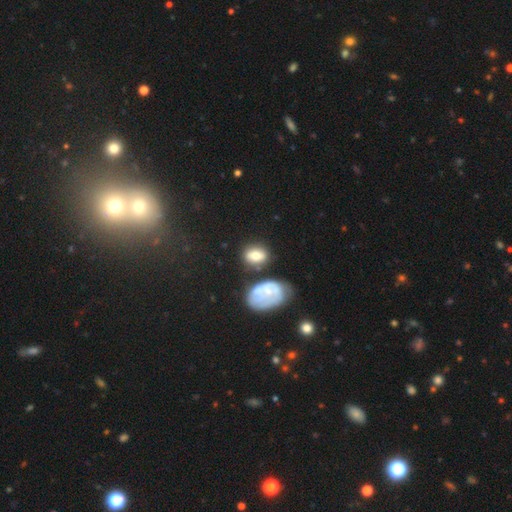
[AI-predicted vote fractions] The model was most divided on "how rounded": in between: 63%, round: 35%, cigar-shaped: 2%. More confident: smooth or featured — smooth (70%); merging — none (61%).